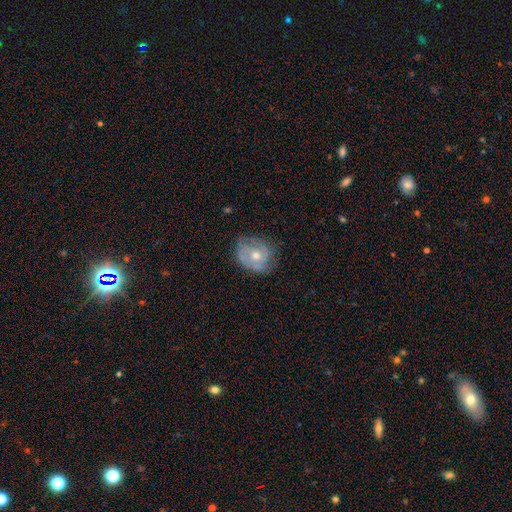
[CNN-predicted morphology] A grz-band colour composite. It shows a featured or disk galaxy (67%) with no bar (76%), spiral arms (76%) and a moderate central bulge (70%). Merging: none (68%).